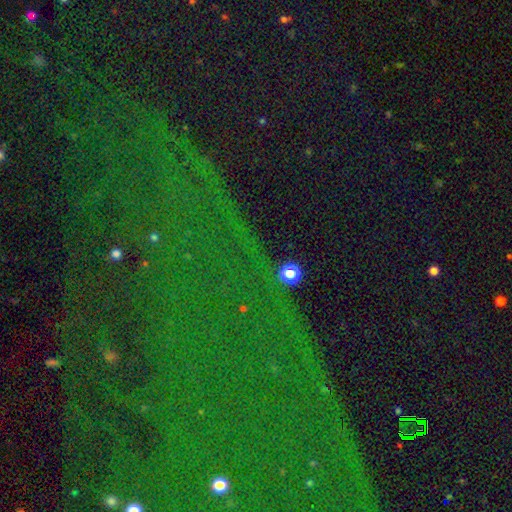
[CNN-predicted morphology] Smooth or featured? star or artifact (84%)